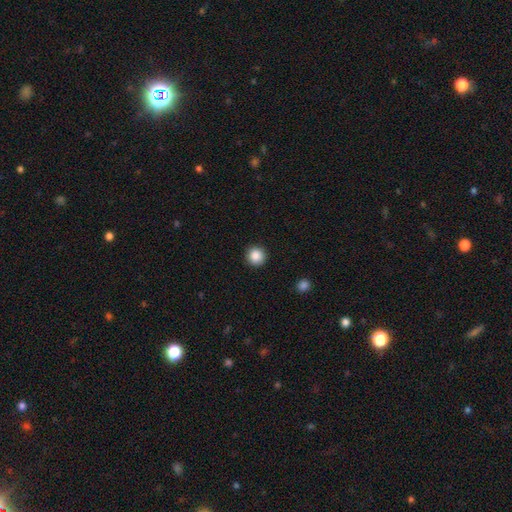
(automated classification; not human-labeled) Overall: smooth (88%). How rounded: round (95%). Merging: none (92%).